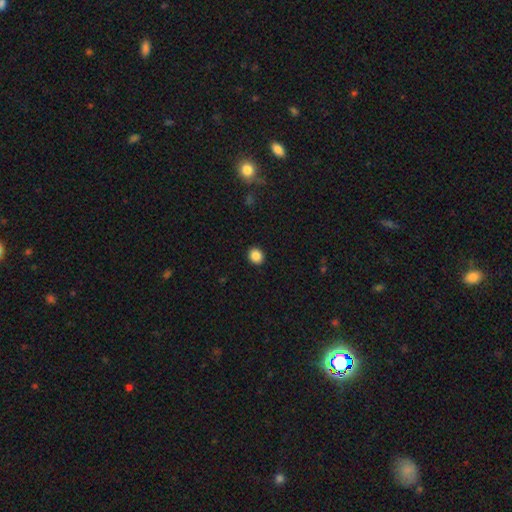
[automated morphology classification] Overall: smooth (87%). How rounded: round (80%). Merging: none (92%).